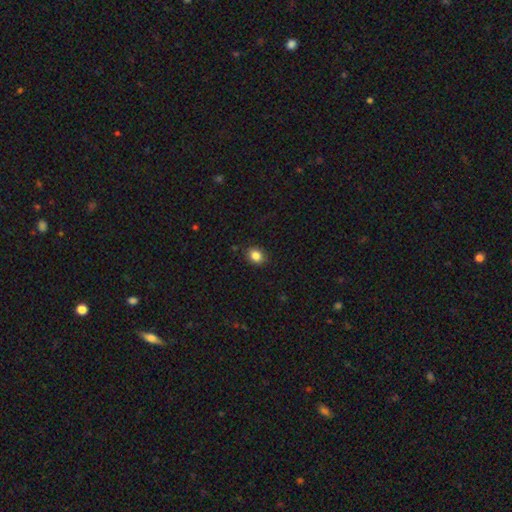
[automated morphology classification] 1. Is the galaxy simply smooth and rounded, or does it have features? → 85% smooth, 10% star or artifact, 5% featured or disk.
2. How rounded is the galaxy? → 51% round, 48% in between, 1% cigar-shaped.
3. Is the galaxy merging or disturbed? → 87% none, 9% minor disturbance, 2% major disturbance, 1% merger.